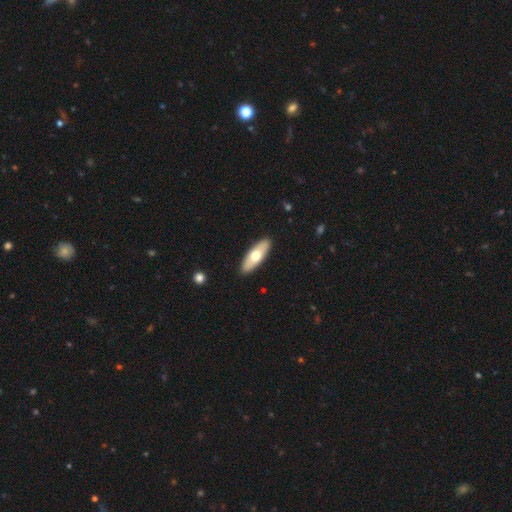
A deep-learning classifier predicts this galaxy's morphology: This is likely a smooth galaxy (62%). How rounded: likely in between (66%). Merging: clearly none (90%).